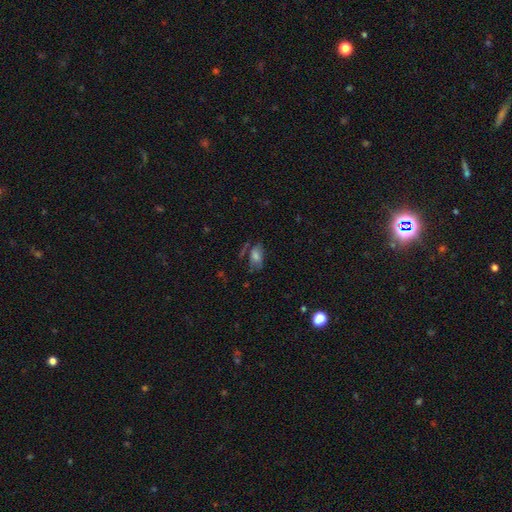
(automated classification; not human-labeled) Overall: smooth (64%). How rounded: in between (86%). Merging: none (54%; minor disturbance 25%).